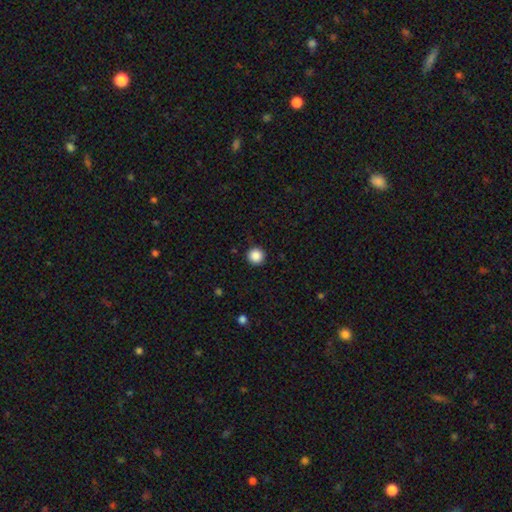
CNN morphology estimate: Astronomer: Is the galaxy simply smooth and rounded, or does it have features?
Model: smooth — 87%.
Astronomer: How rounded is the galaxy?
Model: round — 96%.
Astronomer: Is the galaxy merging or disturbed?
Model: none — 92%.